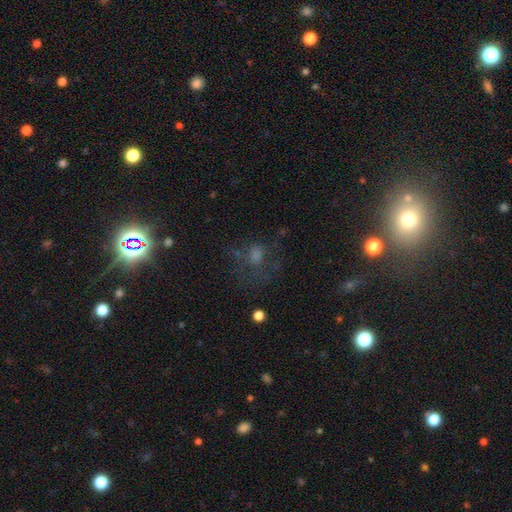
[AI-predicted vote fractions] Morphology: type=smooth (52%); roundness=round (54%); merging=none (46%).